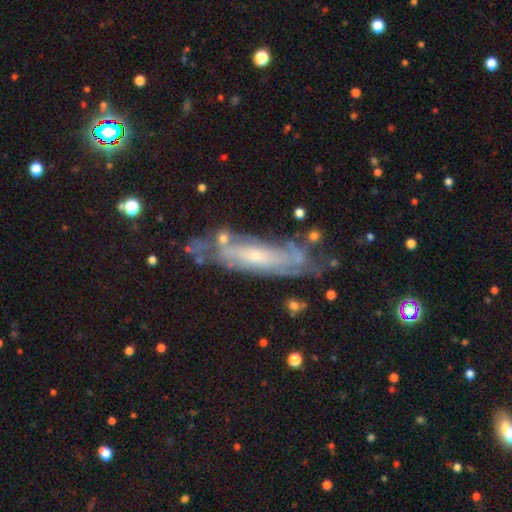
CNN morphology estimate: Smooth or featured?
  - featured or disk: 74% *
  - smooth: 18%
  - star or artifact: 8%
Edge-on disk?
  - no: 70% *
  - yes: 30%
Bar?
  - no: 68% *
  - weak: 25%
  - strong: 7%
Spiral arms?
  - yes: 81% *
  - no: 19%
Bulge size?
  - small: 72% *
  - moderate: 22%
  - none: 3%
  - large: 1%
  - dominant: 1%
Merging?
  - none: 64% *
  - minor disturbance: 21%
  - major disturbance: 9%
  - merger: 5%